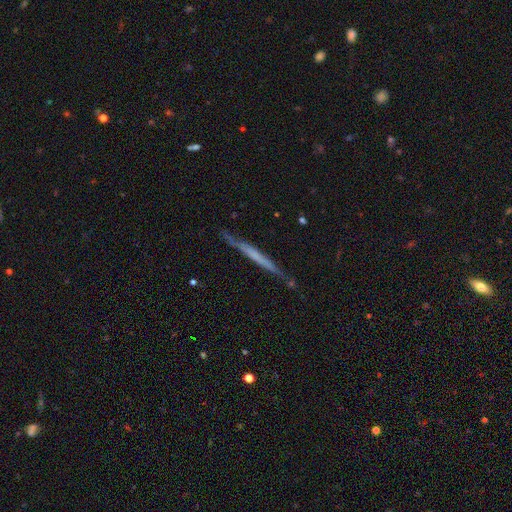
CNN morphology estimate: Smooth or featured? Predicted: featured or disk (p=0.61). Edge-on disk? Predicted: yes (p=0.96). Edge-on bulge? Predicted: none (p=0.80). Merging? Predicted: none (p=0.82).